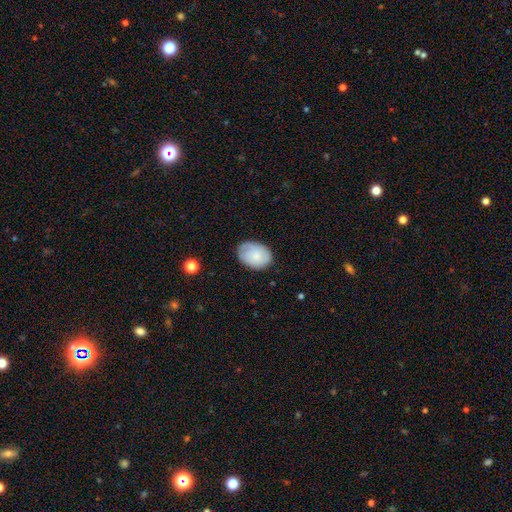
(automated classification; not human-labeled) Smooth or featured: smooth — 75% (featured or disk — 18%)
How rounded: in between — 77% (round — 22%)
Merging: none — 75% (minor disturbance — 20%)